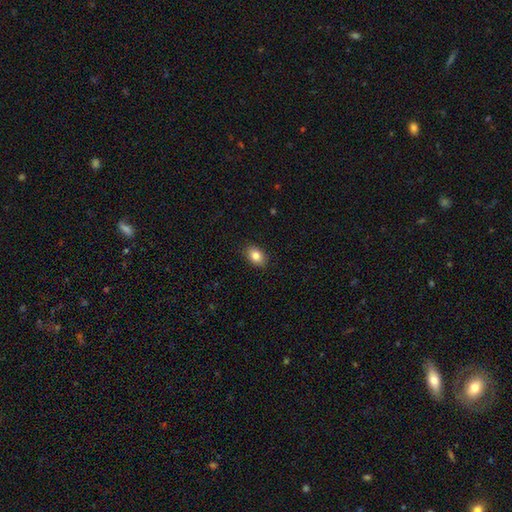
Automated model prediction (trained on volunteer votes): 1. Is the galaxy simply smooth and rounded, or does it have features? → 84% smooth, 9% star or artifact, 7% featured or disk.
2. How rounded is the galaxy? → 83% in between, 16% round, 1% cigar-shaped.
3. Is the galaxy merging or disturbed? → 89% none, 8% minor disturbance, 2% major disturbance, 1% merger.